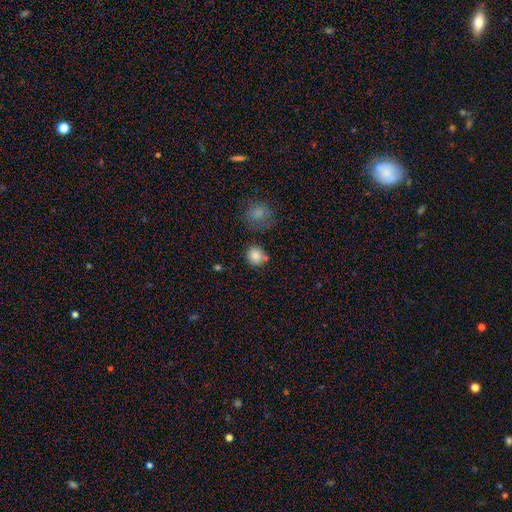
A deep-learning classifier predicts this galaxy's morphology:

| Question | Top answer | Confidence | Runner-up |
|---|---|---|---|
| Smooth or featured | smooth | 84% | star or artifact (10%) |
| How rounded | round | 89% | in between (10%) |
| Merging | none | 71% | minor disturbance (14%) |